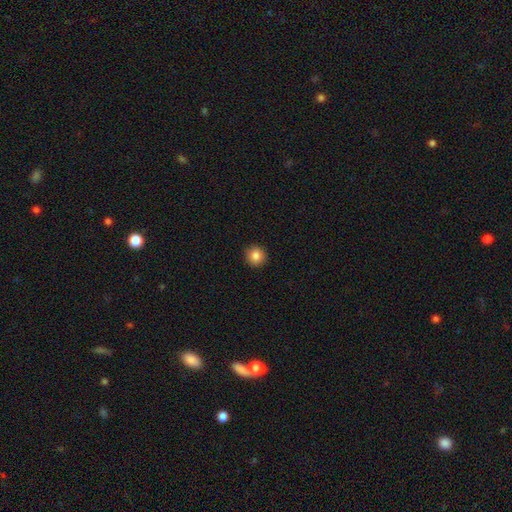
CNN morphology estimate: Smooth or featured?
  - smooth: 85% *
  - star or artifact: 10%
  - featured or disk: 5%
How rounded?
  - round: 94% *
  - in between: 5%
  - cigar-shaped: 1%
Merging?
  - none: 93% *
  - minor disturbance: 5%
  - major disturbance: 1%
  - merger: 1%